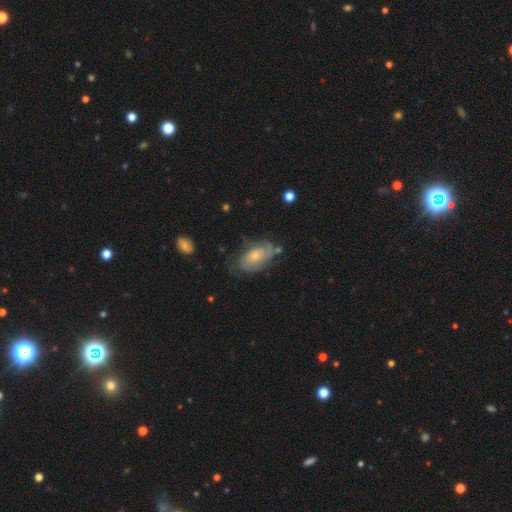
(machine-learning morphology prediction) A featured or disk galaxy (56%) with no bar (77%), spiral arms (76%) and a small central bulge (61%). Merging: none (53%).